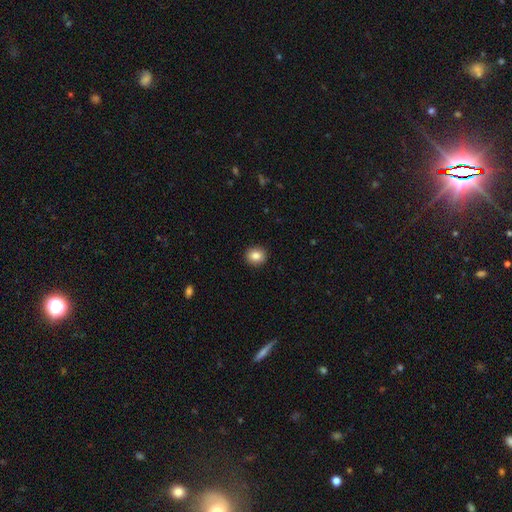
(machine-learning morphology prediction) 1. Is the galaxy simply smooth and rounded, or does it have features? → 84% smooth, 9% star or artifact, 6% featured or disk.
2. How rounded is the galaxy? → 81% round, 18% in between, 1% cigar-shaped.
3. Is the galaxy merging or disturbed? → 92% none, 6% minor disturbance, 2% major disturbance, 1% merger.